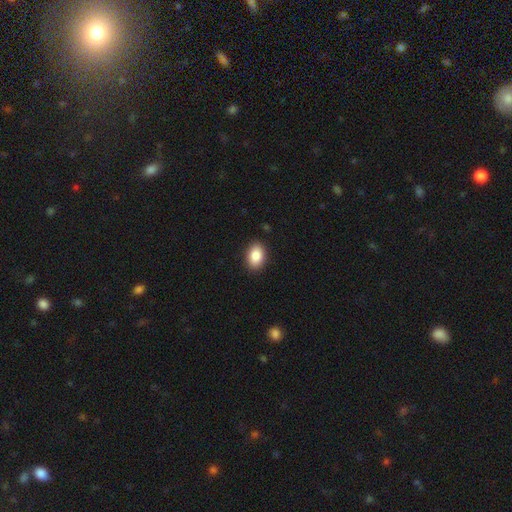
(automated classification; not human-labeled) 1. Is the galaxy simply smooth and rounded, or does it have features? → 87% smooth, 8% star or artifact, 6% featured or disk.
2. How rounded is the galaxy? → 83% in between, 16% round, 1% cigar-shaped.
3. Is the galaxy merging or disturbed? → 89% none, 8% minor disturbance, 2% major disturbance, 1% merger.